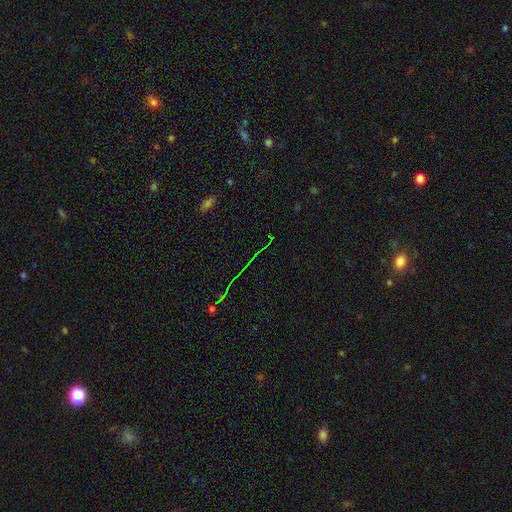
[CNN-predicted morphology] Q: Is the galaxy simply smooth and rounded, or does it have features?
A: star or artifact — 77%.